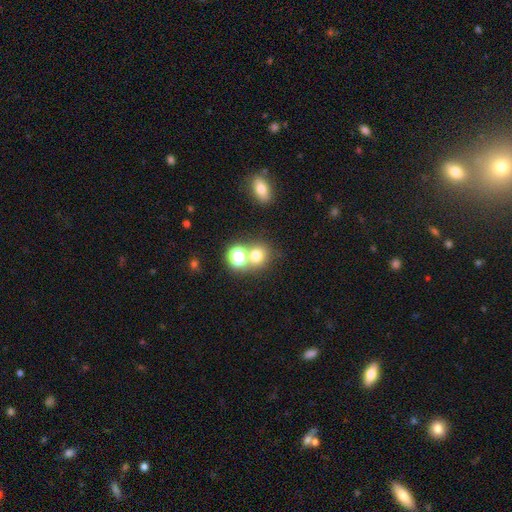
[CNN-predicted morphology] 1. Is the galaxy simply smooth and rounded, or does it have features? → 69% smooth, 22% star or artifact, 9% featured or disk.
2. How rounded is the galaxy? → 83% round, 16% in between, 1% cigar-shaped.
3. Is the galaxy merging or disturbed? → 61% none, 27% merger, 8% minor disturbance, 4% major disturbance.